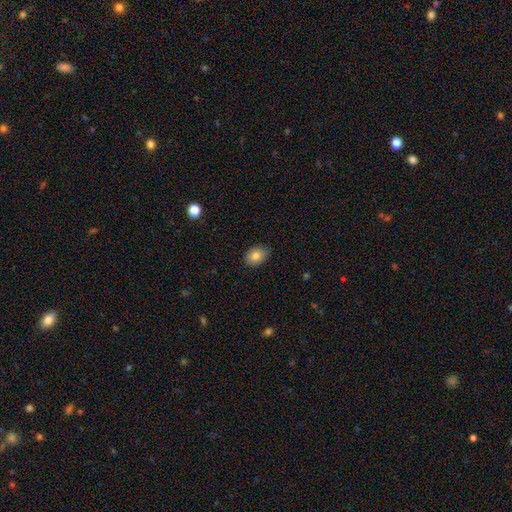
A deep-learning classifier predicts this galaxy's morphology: Smooth or featured: smooth — 83% (featured or disk — 9%)
How rounded: in between — 75% (round — 24%)
Merging: none — 85% (minor disturbance — 12%)